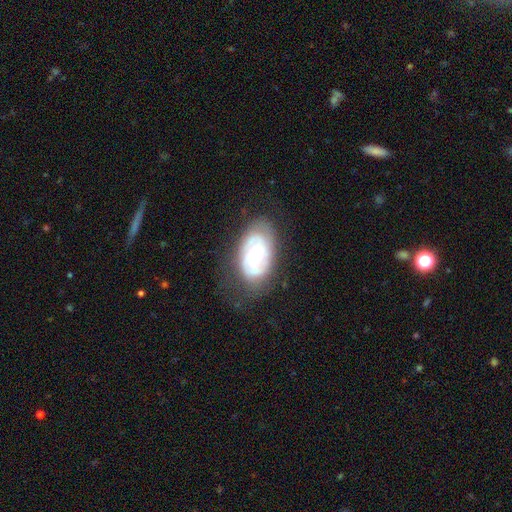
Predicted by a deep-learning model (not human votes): Morphology: type=featured or disk (71%); edge-on=no (95%); bar=no (44%); spiral arms=yes (77%); winding=tight (50%); arm count=2 (56%); bulge=moderate (65%); merging=none (65%).